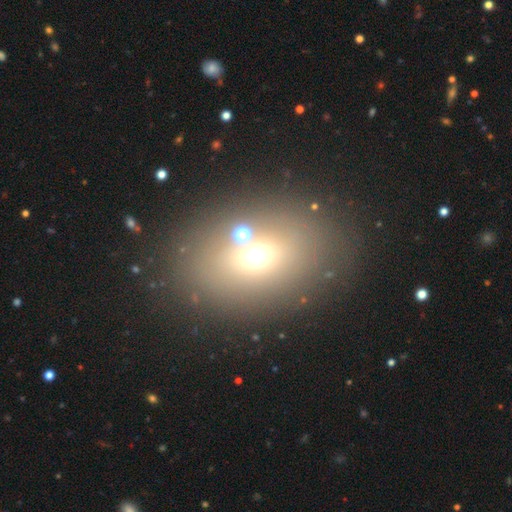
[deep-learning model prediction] smooth-or-featured: smooth: 61% | star or artifact: 23% | featured or disk: 17%
  how-rounded: in between: 64% | round: 34% | cigar-shaped: 2%
  merging: none: 72% | merger: 12% | minor disturbance: 10% | major disturbance: 6%